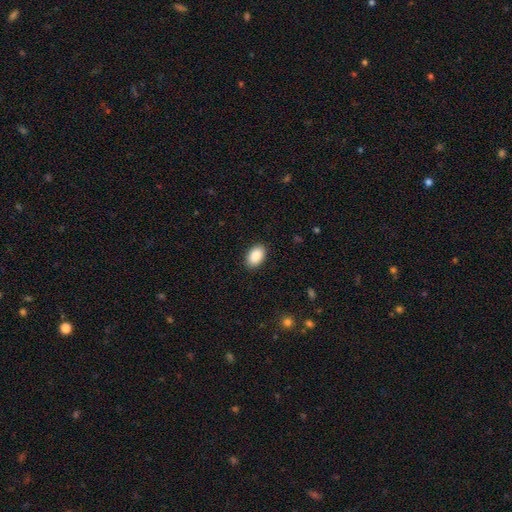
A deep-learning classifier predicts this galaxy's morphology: smooth 90%, star or artifact 7%, featured or disk 3%. Down the decision tree: how rounded — in between (92%); merging — none (89%).